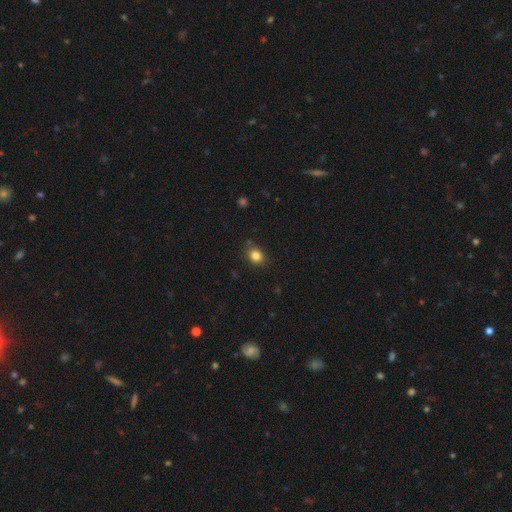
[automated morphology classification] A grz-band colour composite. It shows a smooth galaxy with no disk features (84%) that is round (57%). Merging: none (83%).